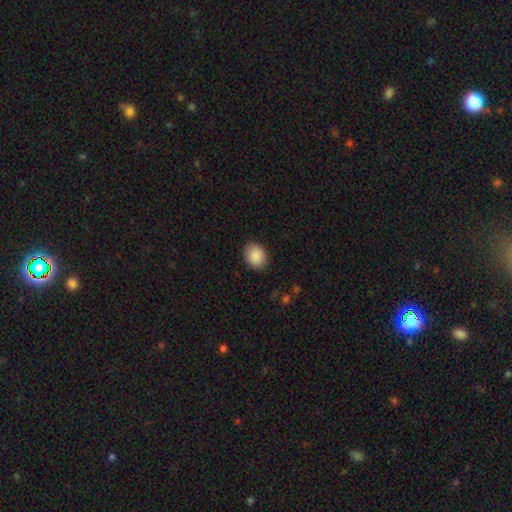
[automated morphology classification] Smooth or featured: smooth — 89% (star or artifact — 7%)
How rounded: in between — 50% (round — 49%)
Merging: none — 86% (minor disturbance — 10%)